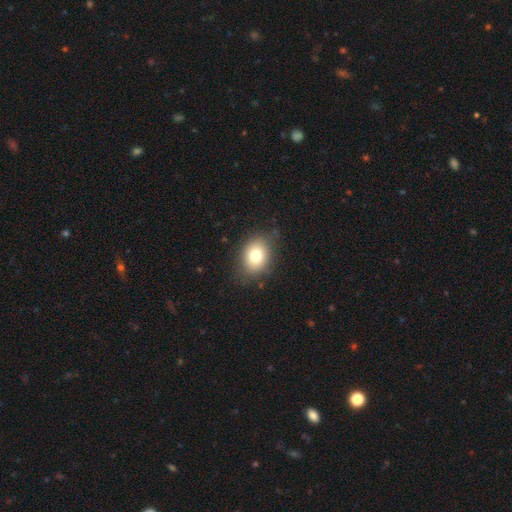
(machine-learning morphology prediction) Smooth or featured: smooth — 77% (featured or disk — 13%)
How rounded: in between — 58% (round — 41%)
Merging: none — 79% (minor disturbance — 15%)